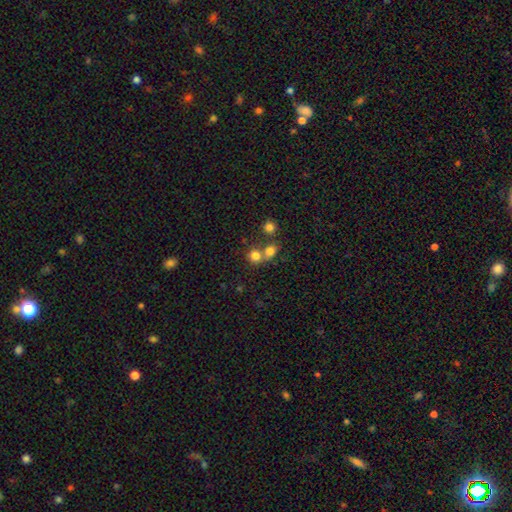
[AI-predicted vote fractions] The model was most divided on "merging": none: 48%, merger: 42%, minor disturbance: 7%, major disturbance: 3%. More confident: how rounded — round (82%); smooth or featured — smooth (77%).